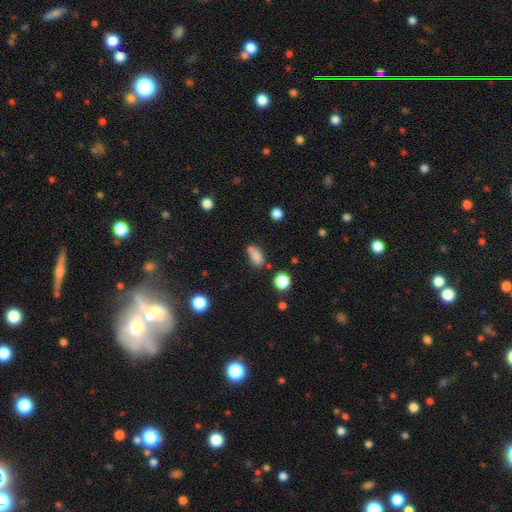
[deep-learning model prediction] Morphology: type=smooth (81%); roundness=in between (84%); merging=none (58%).